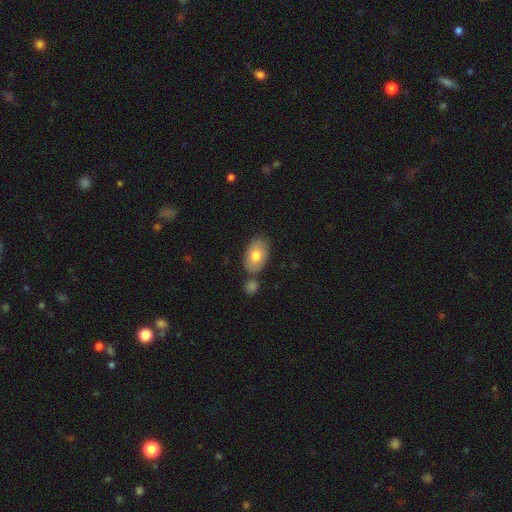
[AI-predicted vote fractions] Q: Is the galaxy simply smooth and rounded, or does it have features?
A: smooth — 75%.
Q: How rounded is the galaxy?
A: in between — 90%.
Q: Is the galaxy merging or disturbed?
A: none — 69%.